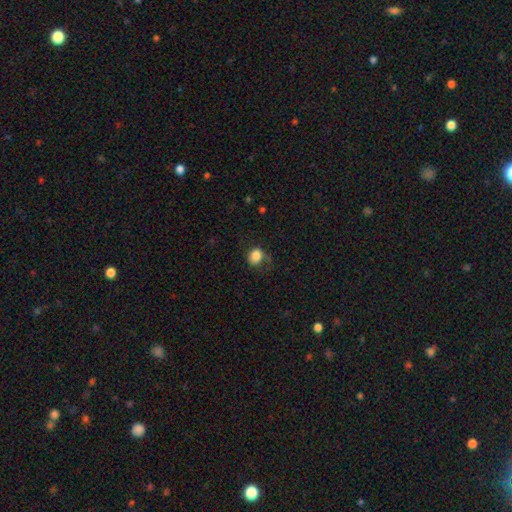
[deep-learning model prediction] smooth-or-featured: smooth: 84% | star or artifact: 9% | featured or disk: 7%
  how-rounded: round: 76% | in between: 23% | cigar-shaped: 1%
  merging: none: 59% | minor disturbance: 25% | major disturbance: 14% | merger: 2%